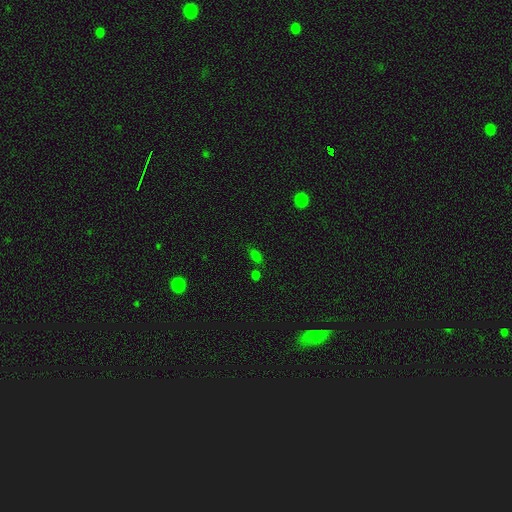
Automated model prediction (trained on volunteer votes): Smooth or featured?
  - smooth: 65% *
  - star or artifact: 28%
  - featured or disk: 7%
How rounded?
  - in between: 81% *
  - round: 12%
  - cigar-shaped: 8%
Merging?
  - none: 69% *
  - minor disturbance: 14%
  - merger: 11%
  - major disturbance: 6%